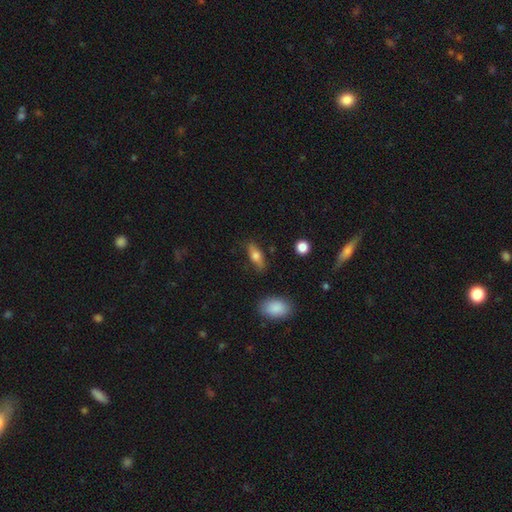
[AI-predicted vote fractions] Smooth or featured?
  - smooth: 65% *
  - featured or disk: 27%
  - star or artifact: 8%
How rounded?
  - in between: 65% *
  - cigar-shaped: 30%
  - round: 5%
Merging?
  - none: 79% *
  - minor disturbance: 15%
  - major disturbance: 4%
  - merger: 2%